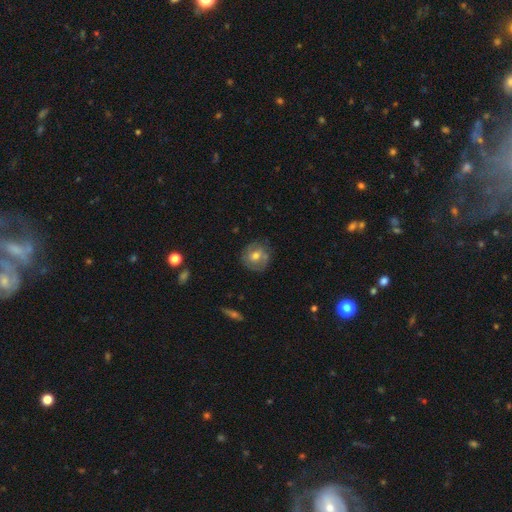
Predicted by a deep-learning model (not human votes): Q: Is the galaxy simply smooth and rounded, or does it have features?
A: smooth — 47%.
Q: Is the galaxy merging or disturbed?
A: none — 74%.